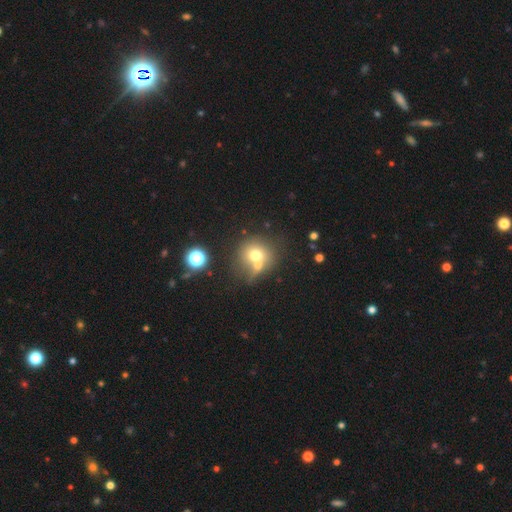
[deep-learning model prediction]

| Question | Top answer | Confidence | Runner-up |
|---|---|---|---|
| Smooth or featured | smooth | 67% | featured or disk (19%) |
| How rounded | round | 84% | in between (15%) |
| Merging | merger | 46% | none (40%) |